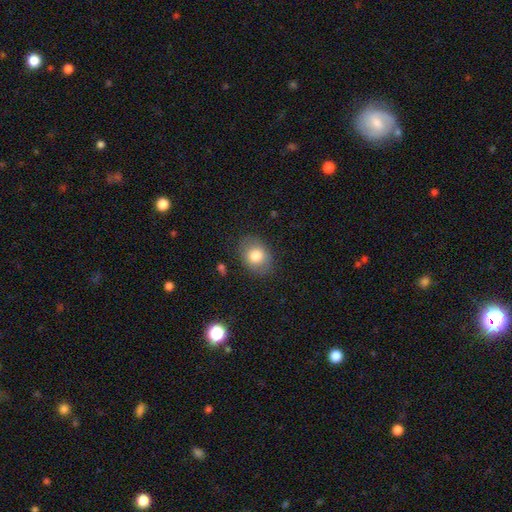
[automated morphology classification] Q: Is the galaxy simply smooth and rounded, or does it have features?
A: smooth — 80%.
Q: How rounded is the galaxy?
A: in between — 65%.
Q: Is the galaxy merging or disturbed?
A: none — 82%.